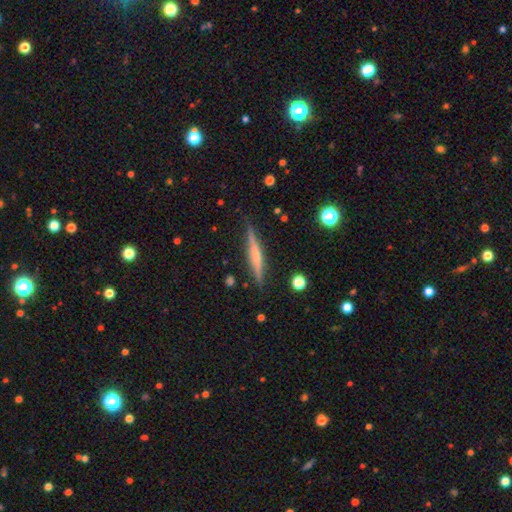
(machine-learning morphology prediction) Smooth or featured? featured or disk (60%)
Edge-on disk? yes (97%)
Edge-on bulge? rounded (52%)
Merging? none (88%)